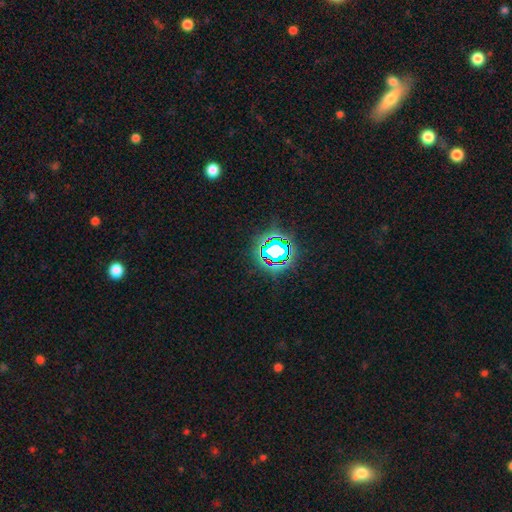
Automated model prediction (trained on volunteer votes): Overall: star or artifact (76%).